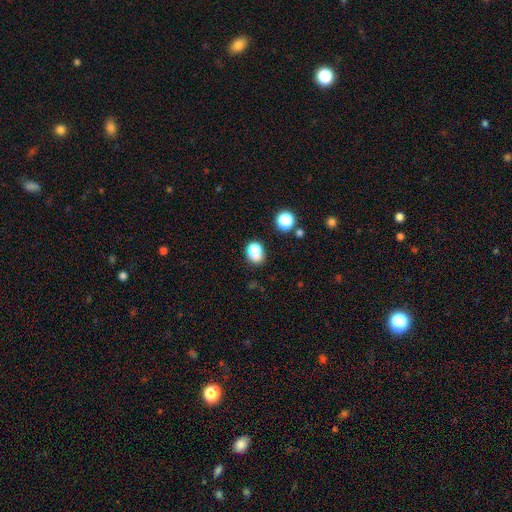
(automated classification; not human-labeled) Overall: smooth (77%). How rounded: in between (52%; round 47%). Merging: none (53%; minor disturbance 25%).